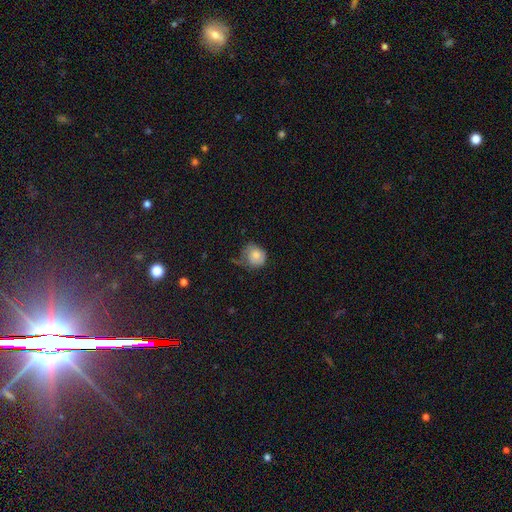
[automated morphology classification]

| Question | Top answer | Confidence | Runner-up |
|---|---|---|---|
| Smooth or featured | smooth | 76% | featured or disk (16%) |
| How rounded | round | 77% | in between (22%) |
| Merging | none | 41% | minor disturbance (36%) |